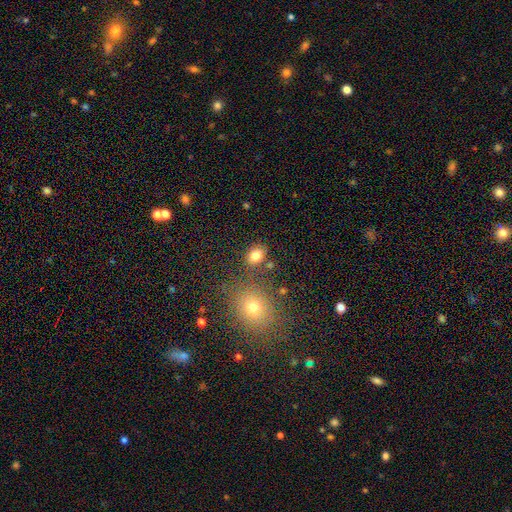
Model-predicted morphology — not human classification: Smooth or featured: smooth — 82% (star or artifact — 11%)
How rounded: in between — 66% (round — 32%)
Merging: none — 76% (minor disturbance — 12%)